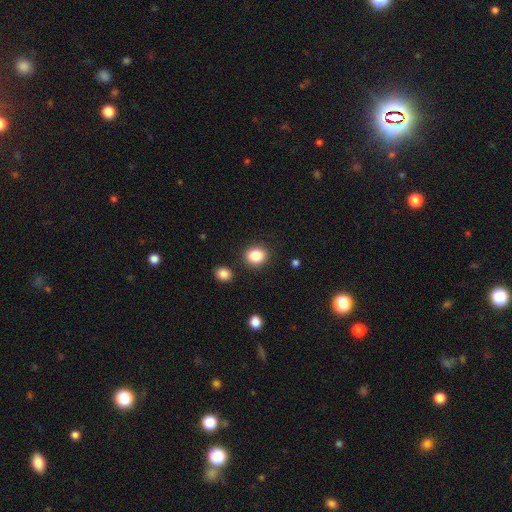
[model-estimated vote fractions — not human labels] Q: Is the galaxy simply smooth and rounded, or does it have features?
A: smooth — 85%.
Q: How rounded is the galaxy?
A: round — 68%.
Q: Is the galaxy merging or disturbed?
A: none — 87%.